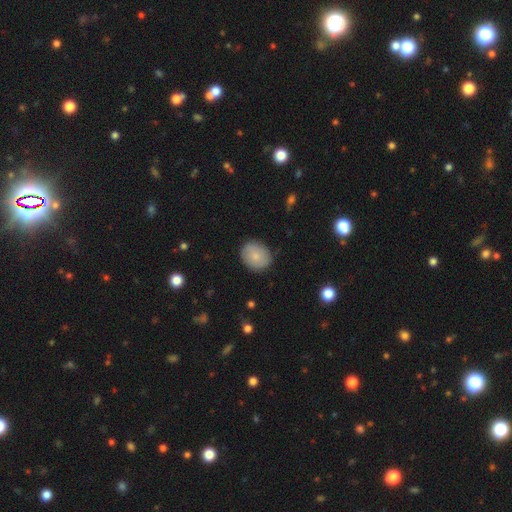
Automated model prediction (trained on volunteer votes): A smooth galaxy with no disk features (80%) that is round (61%).

Vote fractions:
- Smooth or featured? smooth: 80% / featured or disk: 14% / star or artifact: 7%
- How rounded? round: 61% / in between: 39% / cigar-shaped: 1%
- Merging? none: 85% / minor disturbance: 12% / major disturbance: 2% / merger: 1%